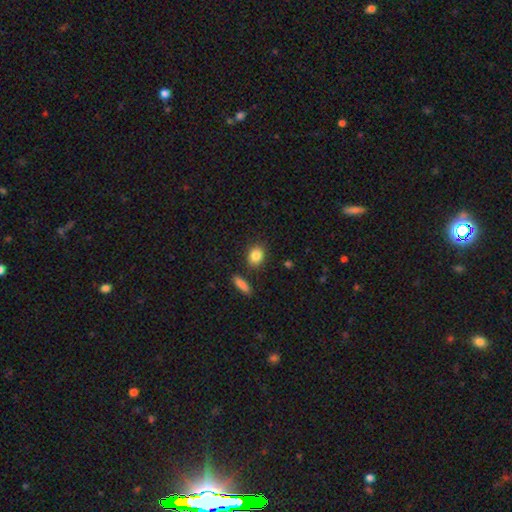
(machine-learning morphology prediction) smooth-or-featured: smooth: 86% | star or artifact: 8% | featured or disk: 6%
  how-rounded: round: 49% | in between: 48% | cigar-shaped: 2%
  merging: none: 84% | minor disturbance: 9% | merger: 5% | major disturbance: 2%